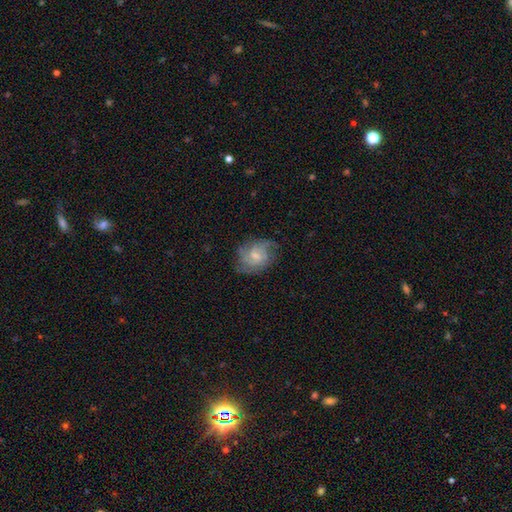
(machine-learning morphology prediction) smooth-or-featured: featured or disk: 76% | smooth: 18% | star or artifact: 6%
  disk-edge-on: no: 98% | yes: 2%
    bar: weak: 57% | no: 33% | strong: 10%
    has-spiral-arms: yes: 94% | no: 6%
      spiral-winding: medium: 46% | tight: 40% | loose: 15%
      spiral-arm-count: 2: 44% | 3: 22% | can't tell: 21% | 4: 5% | 1: 4% | more than 4: 4%
    bulge-size: moderate: 43% | small: 38% | none: 14% | large: 4% | dominant: 1%
  merging: none: 68% | minor disturbance: 21% | major disturbance: 10% | merger: 1%